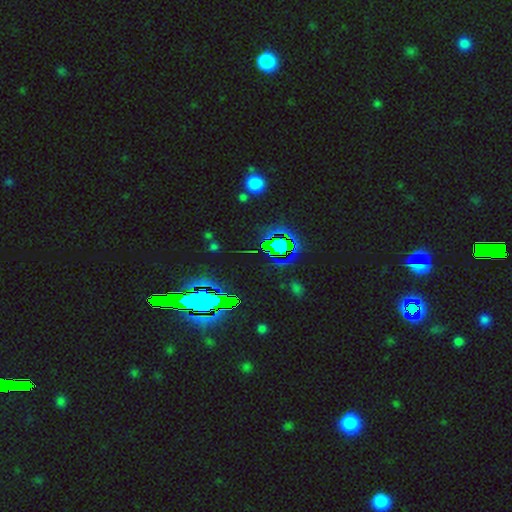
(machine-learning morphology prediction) The model was most divided on "smooth or featured": star or artifact: 76%, smooth: 13%, featured or disk: 10%.